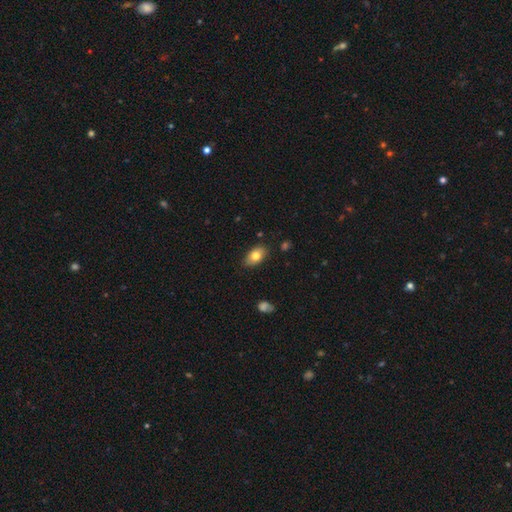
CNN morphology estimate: Smooth or featured? smooth (78%)
How rounded? in between (91%)
Merging? none (82%)